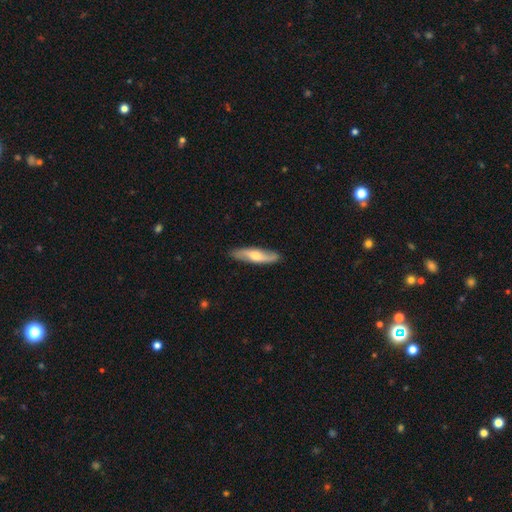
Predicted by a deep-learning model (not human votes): Smooth or featured: featured or disk — 52% (smooth — 43%)
Edge-on disk: no — 52% (yes — 48%)
Merging: none — 87% (minor disturbance — 10%)